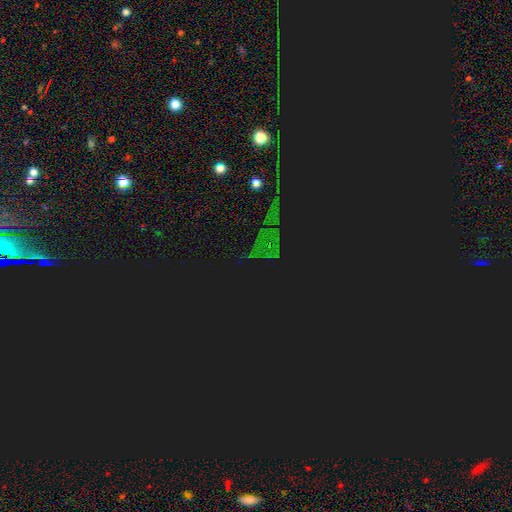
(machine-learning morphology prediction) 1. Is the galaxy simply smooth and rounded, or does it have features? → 81% star or artifact, 11% smooth, 8% featured or disk.